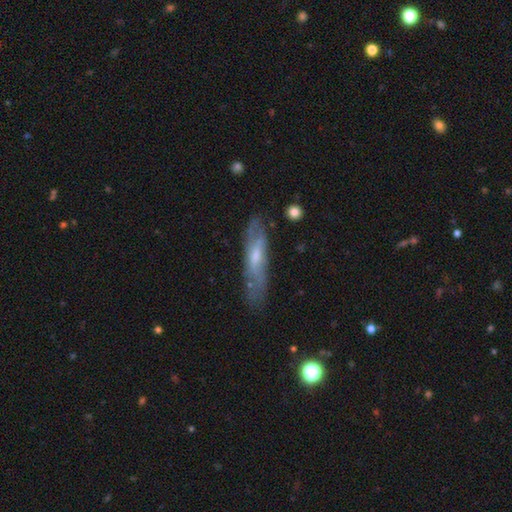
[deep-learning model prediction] Smooth or featured?
  - featured or disk: 54% *
  - smooth: 39%
  - star or artifact: 7%
Edge-on disk?
  - yes: 51% *
  - no: 49%
Merging?
  - none: 71% *
  - minor disturbance: 20%
  - major disturbance: 7%
  - merger: 2%